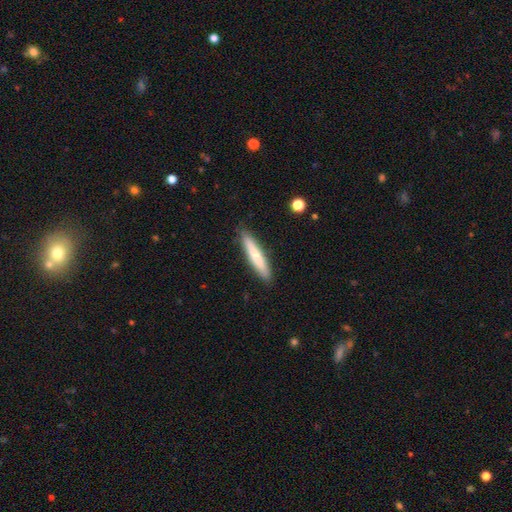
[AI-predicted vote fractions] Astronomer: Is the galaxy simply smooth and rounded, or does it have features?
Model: smooth — 69%.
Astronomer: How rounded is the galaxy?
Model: cigar-shaped — 92%.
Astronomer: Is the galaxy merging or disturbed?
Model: none — 89%.